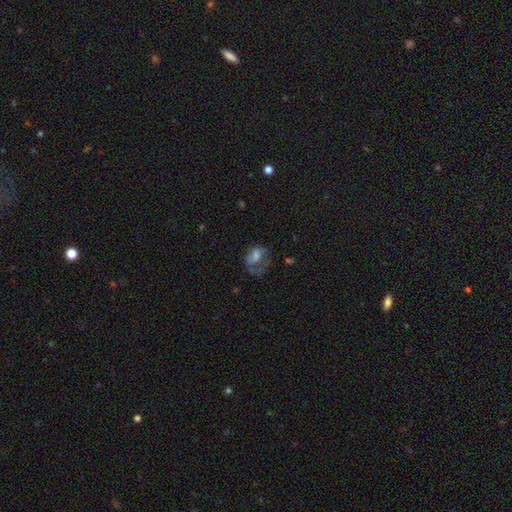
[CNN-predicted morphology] The model was most divided on "merging": none: 40%, major disturbance: 37%, minor disturbance: 21%, merger: 2%. More confident: edge-on disk — no (96%); smooth or featured — featured or disk (51%).